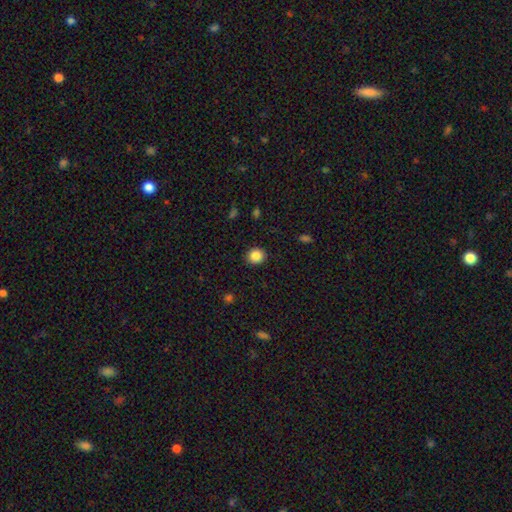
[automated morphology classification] Smooth or featured: smooth — 86% (star or artifact — 10%)
How rounded: round — 82% (in between — 17%)
Merging: none — 90% (minor disturbance — 7%)